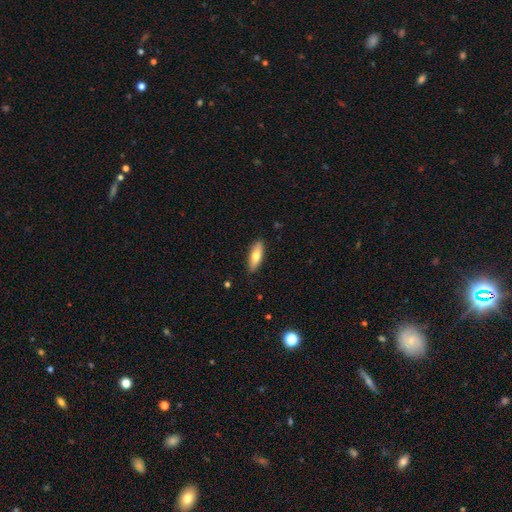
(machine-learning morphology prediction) This is likely a smooth galaxy (68%). How rounded: possibly in between (54%). Merging: clearly none (88%).